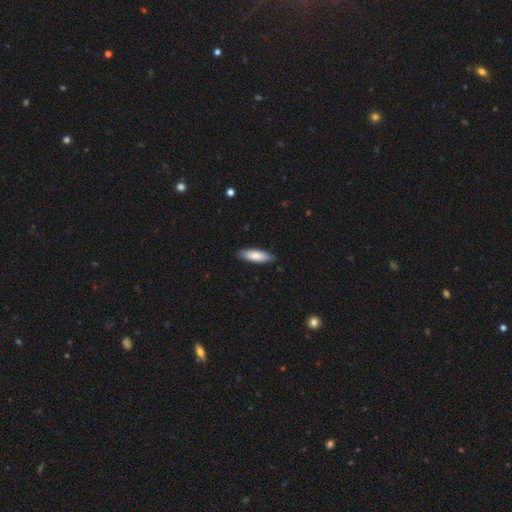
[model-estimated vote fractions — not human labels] Smooth or featured? smooth (81%)
How rounded? in between (51%)
Merging? none (88%)